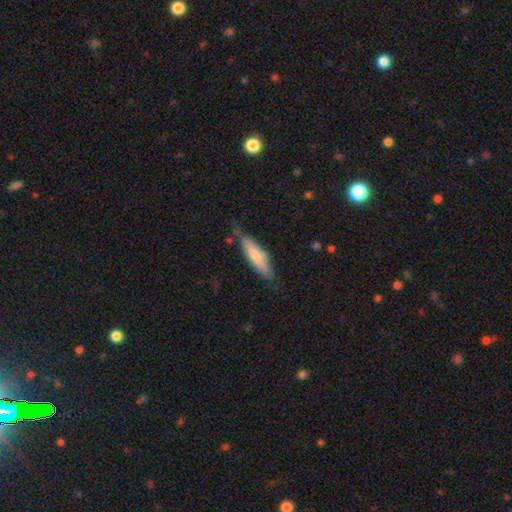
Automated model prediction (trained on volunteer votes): This appears to be a smooth galaxy with no disk features (65%) that is cigar-shaped (62%). Merging: none (72%).